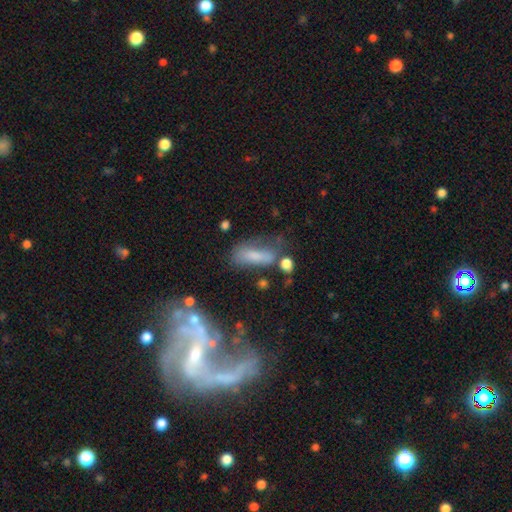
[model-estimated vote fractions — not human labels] Q: Smooth or featured?
A: smooth (63%); runner-up: featured or disk (24%)
Q: How rounded?
A: in between (64%); runner-up: cigar-shaped (33%)
Q: Merging?
A: none (43%); runner-up: minor disturbance (26%)